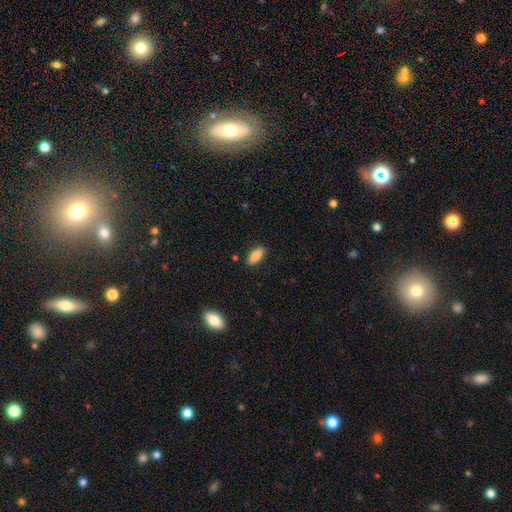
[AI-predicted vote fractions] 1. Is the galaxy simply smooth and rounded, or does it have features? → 84% smooth, 9% featured or disk, 7% star or artifact.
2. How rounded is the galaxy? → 82% in between, 15% cigar-shaped, 2% round.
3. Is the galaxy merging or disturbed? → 85% none, 11% minor disturbance, 2% major disturbance, 2% merger.